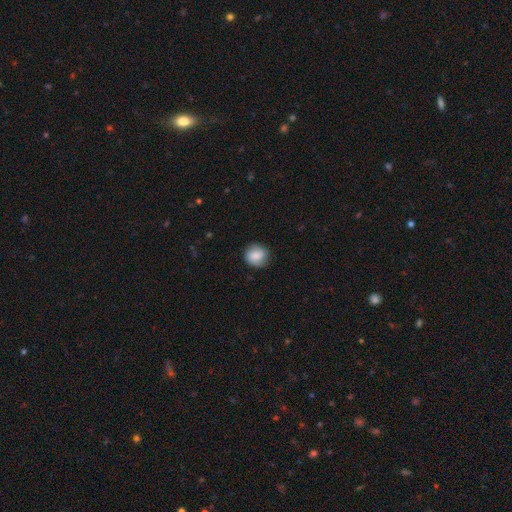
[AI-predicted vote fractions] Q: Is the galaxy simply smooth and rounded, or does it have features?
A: smooth — 81%.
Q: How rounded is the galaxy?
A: round — 85%.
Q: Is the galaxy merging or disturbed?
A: none — 82%.